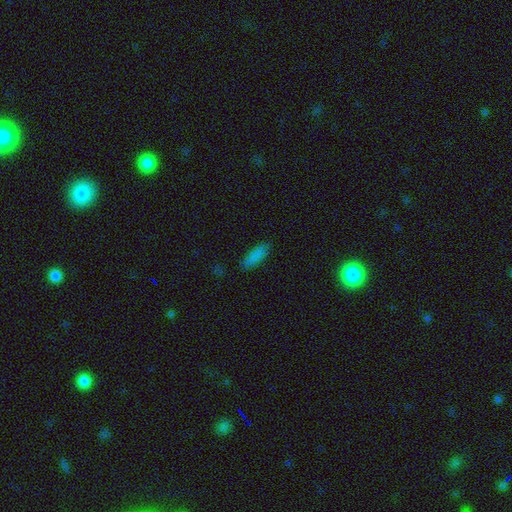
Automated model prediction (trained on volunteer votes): Morphology: type=smooth (85%); roundness=in between (54%); merging=none (86%).